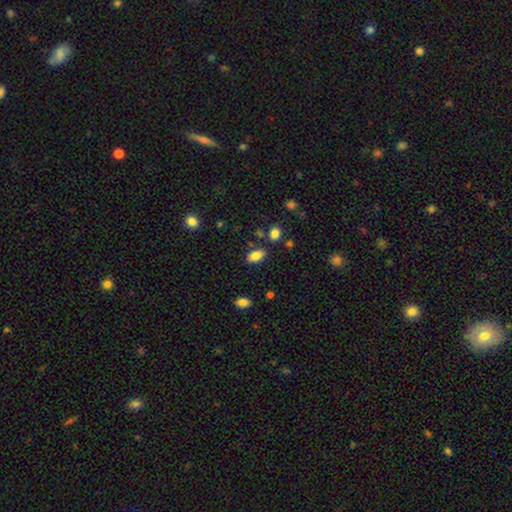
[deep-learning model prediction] smooth-or-featured: smooth: 85% | star or artifact: 8% | featured or disk: 7%
  how-rounded: in between: 91% | cigar-shaped: 5% | round: 4%
  merging: none: 82% | minor disturbance: 11% | merger: 4% | major disturbance: 3%